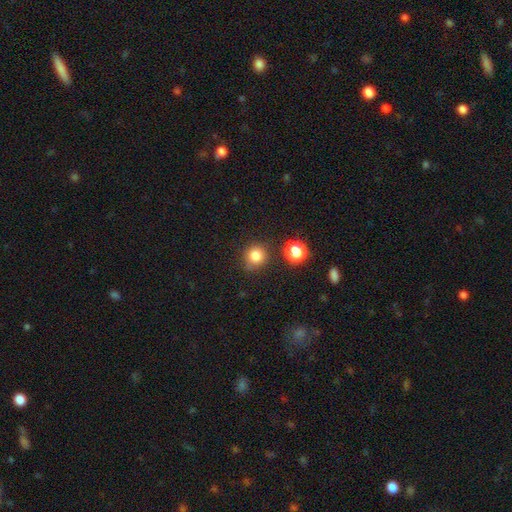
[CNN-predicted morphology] This appears to be a smooth galaxy with no disk features (82%) that is round (89%). Merging: none (78%).